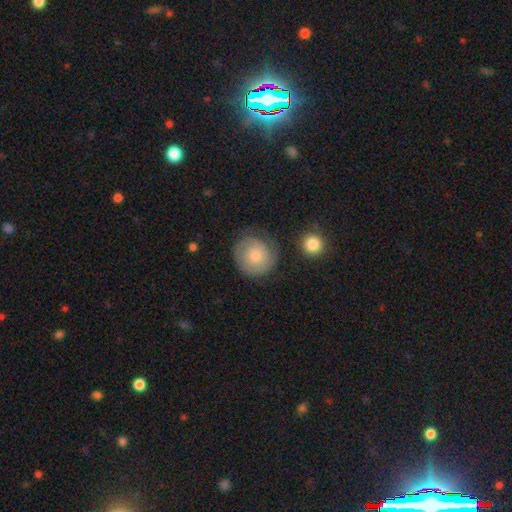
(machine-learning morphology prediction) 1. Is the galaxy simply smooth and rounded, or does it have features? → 57% smooth, 36% featured or disk, 7% star or artifact.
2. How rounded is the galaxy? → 90% round, 9% in between, 1% cigar-shaped.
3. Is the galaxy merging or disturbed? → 70% none, 19% minor disturbance, 8% major disturbance, 3% merger.